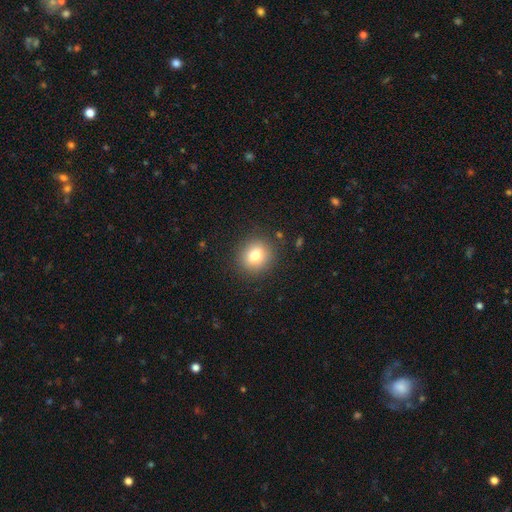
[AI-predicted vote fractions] Smooth or featured? Predicted: smooth (p=0.78). How rounded? Predicted: round (p=0.84). Merging? Predicted: none (p=0.88).